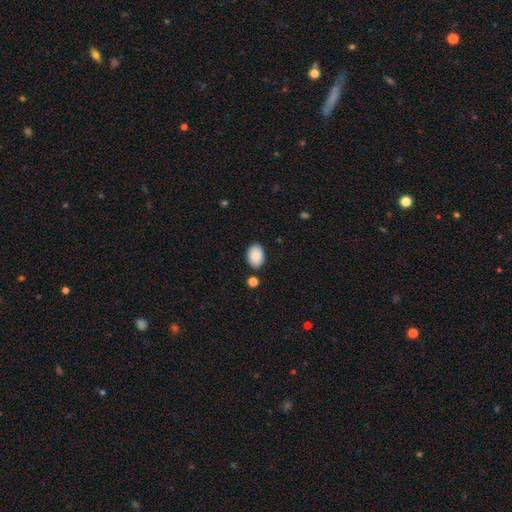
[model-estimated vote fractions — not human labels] Overall: smooth (88%). How rounded: in between (85%). Merging: none (84%).